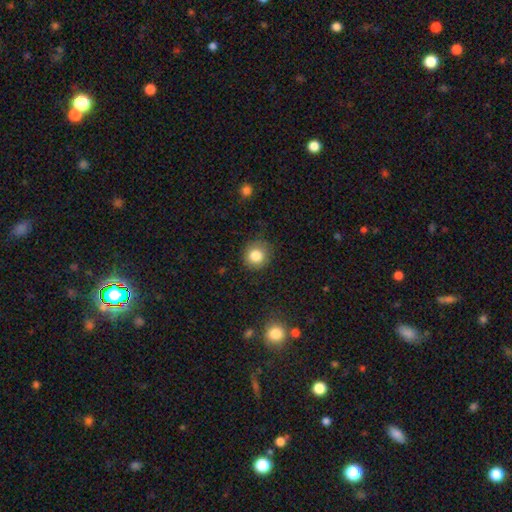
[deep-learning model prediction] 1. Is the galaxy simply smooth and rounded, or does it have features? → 82% smooth, 11% star or artifact, 7% featured or disk.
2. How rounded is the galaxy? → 88% round, 11% in between, 1% cigar-shaped.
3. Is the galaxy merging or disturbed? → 83% none, 12% minor disturbance, 3% major disturbance, 1% merger.